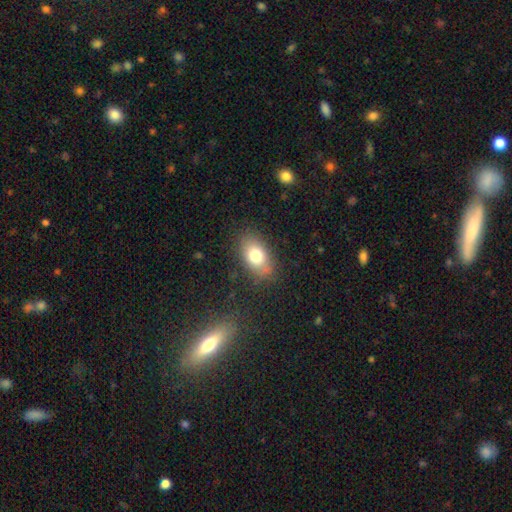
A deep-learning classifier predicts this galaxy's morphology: Overall: smooth (76%). How rounded: in between (88%). Merging: none (80%).